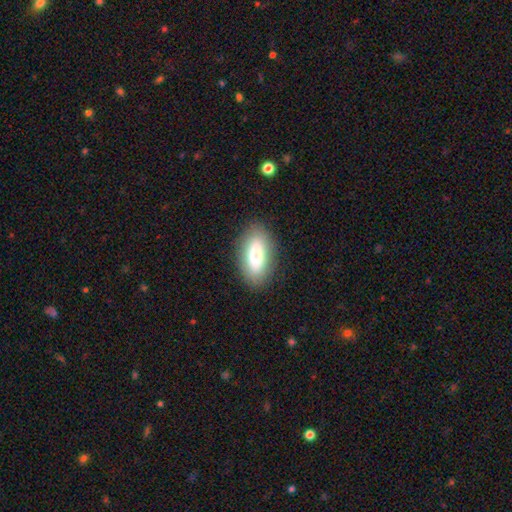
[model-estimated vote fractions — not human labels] Morphology: type=smooth (79%); roundness=in between (87%); merging=none (87%).